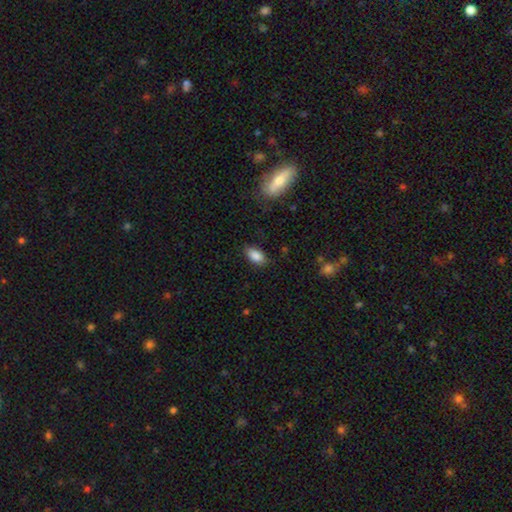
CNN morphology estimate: Smooth or featured? smooth (87%)
How rounded? in between (92%)
Merging? none (83%)